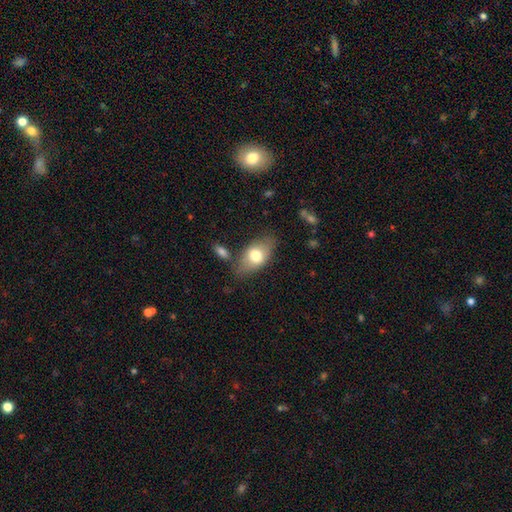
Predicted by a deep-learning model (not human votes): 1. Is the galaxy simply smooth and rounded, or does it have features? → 71% smooth, 22% featured or disk, 7% star or artifact.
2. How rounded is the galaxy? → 89% in between, 7% round, 4% cigar-shaped.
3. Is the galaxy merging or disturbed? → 71% none, 17% minor disturbance, 7% merger, 5% major disturbance.